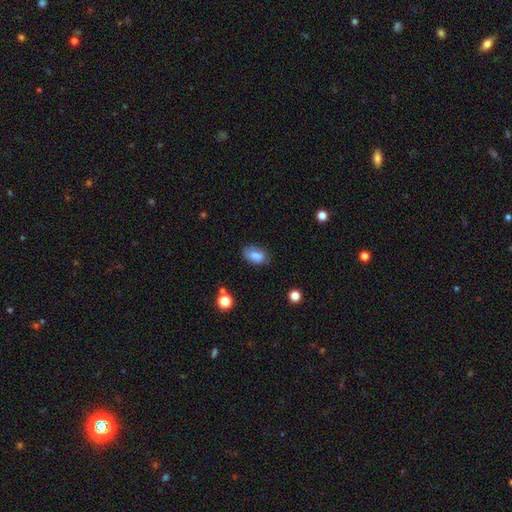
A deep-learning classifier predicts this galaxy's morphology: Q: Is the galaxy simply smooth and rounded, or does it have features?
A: smooth — 84%.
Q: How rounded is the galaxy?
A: in between — 90%.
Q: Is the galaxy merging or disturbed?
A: none — 73%.